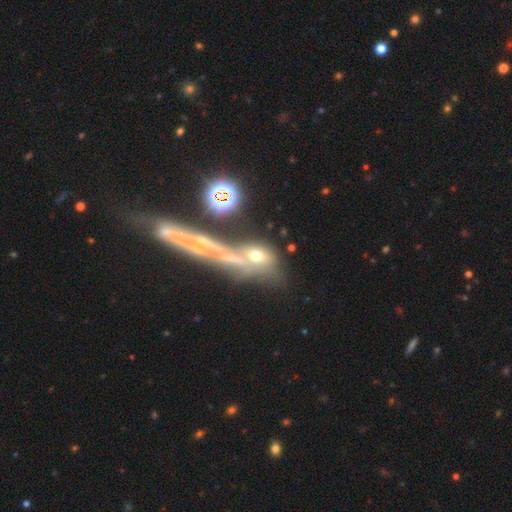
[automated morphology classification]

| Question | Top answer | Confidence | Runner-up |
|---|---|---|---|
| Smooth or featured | featured or disk | 50% | star or artifact (27%) |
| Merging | none | 37% | merger (33%) |